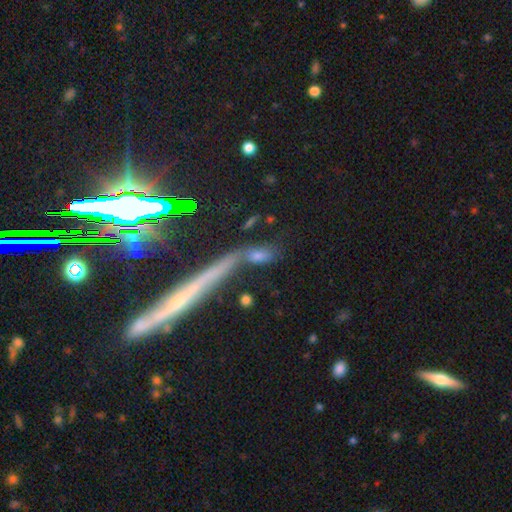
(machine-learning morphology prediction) smooth 46%, featured or disk 29%, star or artifact 25%. Down the decision tree: merging — none (56%).